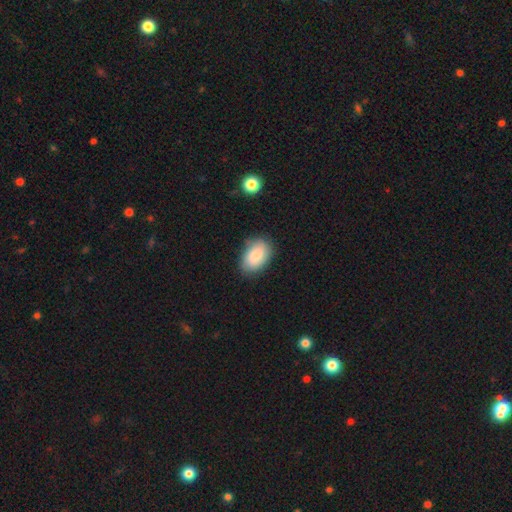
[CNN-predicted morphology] Smooth or featured? Predicted: smooth (p=0.82). How rounded? Predicted: in between (p=0.88). Merging? Predicted: none (p=0.76).